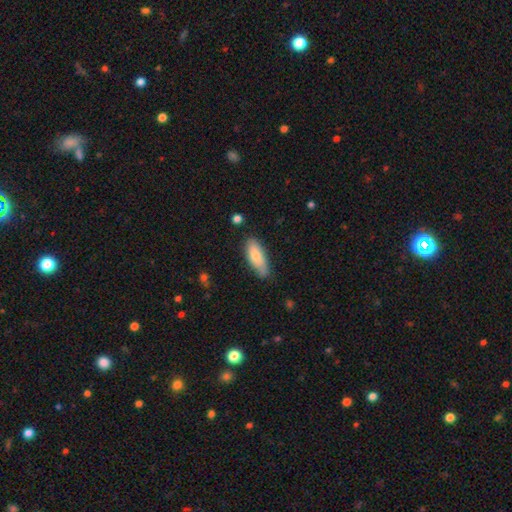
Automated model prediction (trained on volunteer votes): smooth-or-featured: smooth: 77% | featured or disk: 17% | star or artifact: 6%
  how-rounded: in between: 72% | cigar-shaped: 26% | round: 2%
  merging: none: 71% | minor disturbance: 23% | major disturbance: 4% | merger: 2%